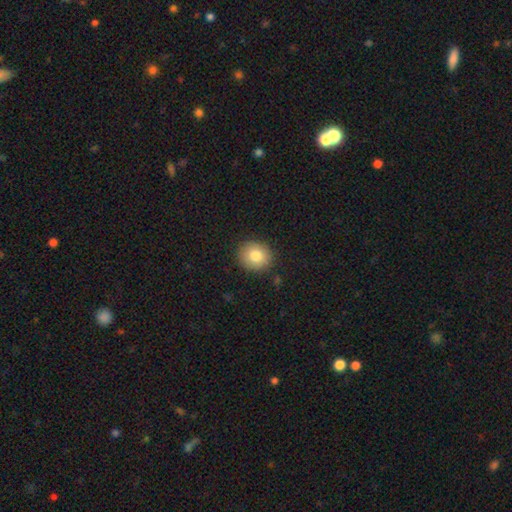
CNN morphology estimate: Smooth or featured: smooth — 81% (featured or disk — 11%)
How rounded: round — 73% (in between — 26%)
Merging: none — 89% (minor disturbance — 8%)